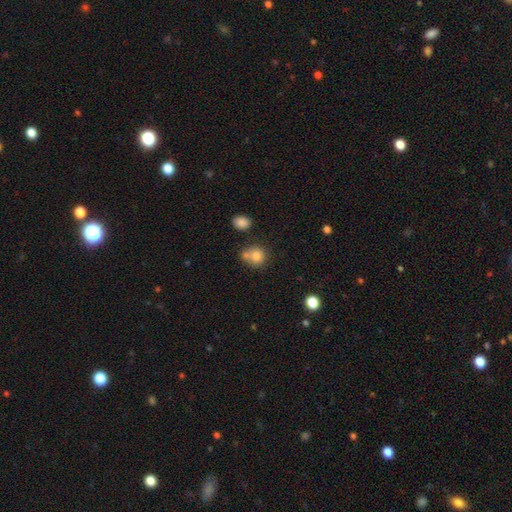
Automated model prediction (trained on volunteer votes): Morphology: type=smooth (80%); roundness=round (82%); merging=none (49%).